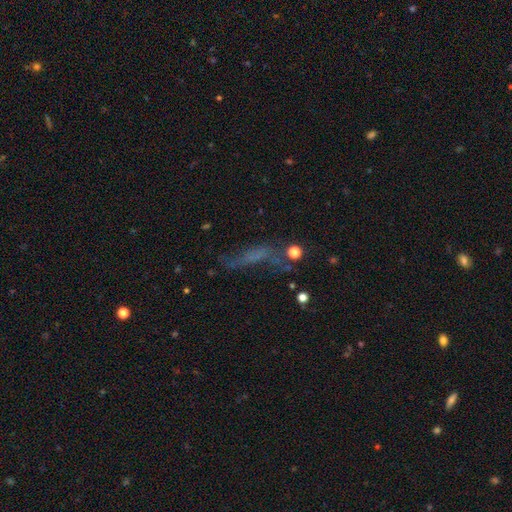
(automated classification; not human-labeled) The model was most divided on "smooth or featured": featured or disk: 36%, smooth: 35%, star or artifact: 28%. Remaining: merging — none (43%).